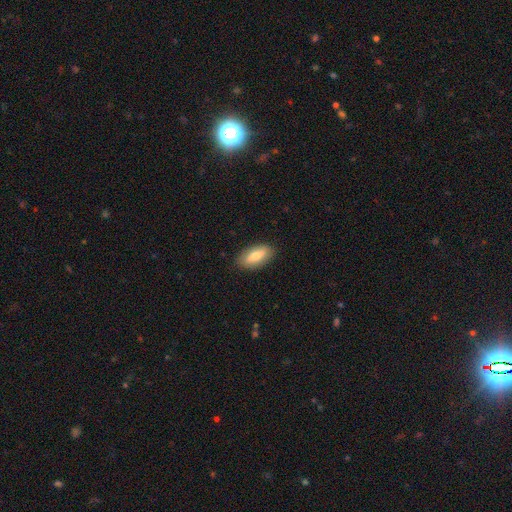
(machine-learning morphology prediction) Smooth or featured? smooth (74%)
How rounded? in between (88%)
Merging? none (86%)